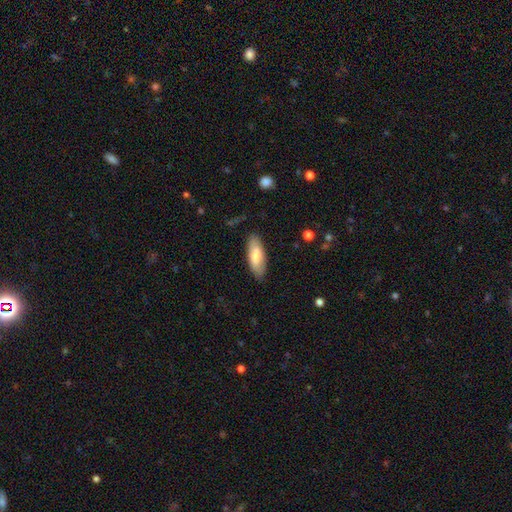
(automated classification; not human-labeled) smooth-or-featured: smooth: 73% | featured or disk: 22% | star or artifact: 5%
  how-rounded: in between: 73% | cigar-shaped: 25% | round: 2%
  merging: none: 83% | minor disturbance: 13% | major disturbance: 3% | merger: 1%